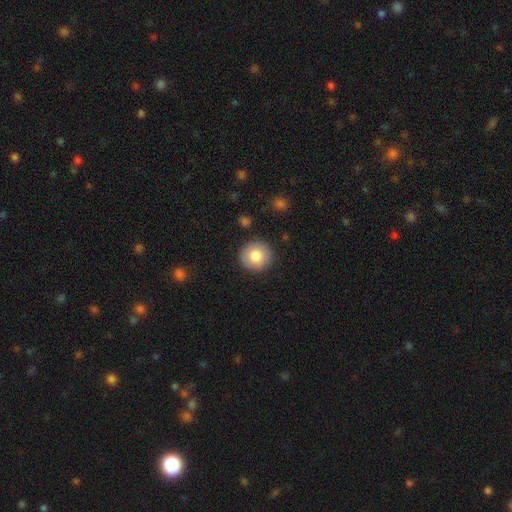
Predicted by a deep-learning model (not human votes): smooth_or_featured: smooth (p=0.83) [alt: featured or disk p=0.09]
how_rounded: round (p=0.93) [alt: in between p=0.06]
merging: none (p=0.90) [alt: minor disturbance p=0.07]